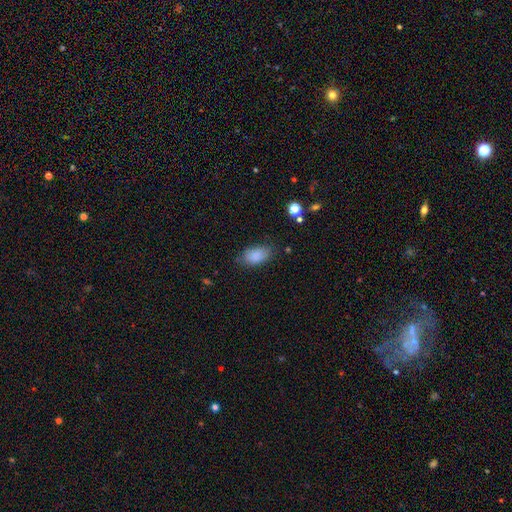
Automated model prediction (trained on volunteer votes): A smooth galaxy with no disk features (86%) that is in between round and cigar-shaped (91%). Merging: none (71%).